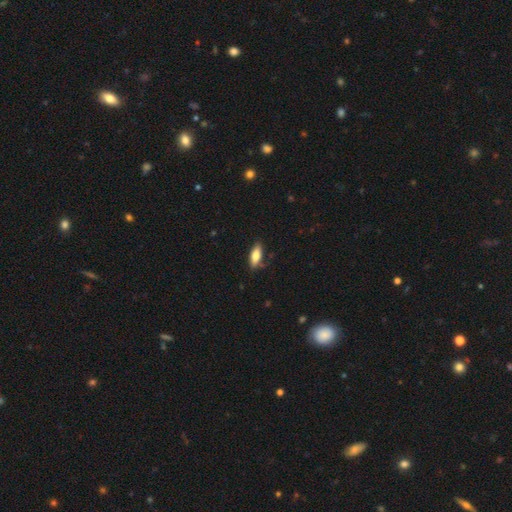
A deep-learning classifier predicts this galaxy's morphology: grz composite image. It shows a smooth galaxy with no disk features (77%) that is in between round and cigar-shaped (69%). Merging: none (75%).